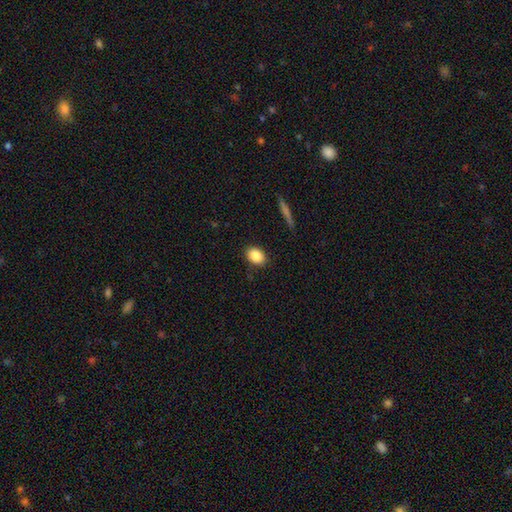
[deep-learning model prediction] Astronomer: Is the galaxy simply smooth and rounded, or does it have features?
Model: smooth — 87%.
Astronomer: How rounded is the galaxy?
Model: in between — 78%.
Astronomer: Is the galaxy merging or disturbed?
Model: none — 85%.